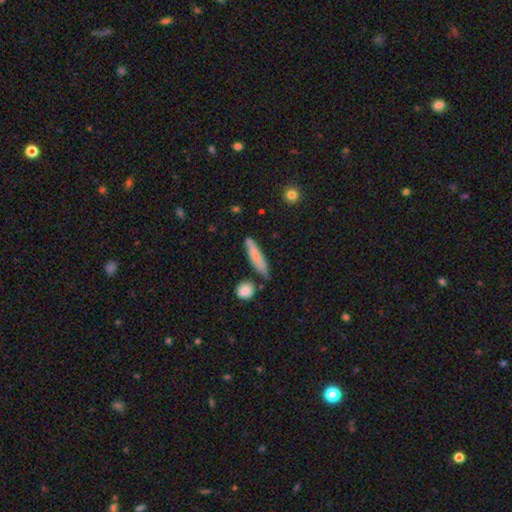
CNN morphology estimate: Q: Smooth or featured?
A: smooth (72%); runner-up: featured or disk (21%)
Q: How rounded?
A: cigar-shaped (83%); runner-up: in between (15%)
Q: Merging?
A: none (65%); runner-up: minor disturbance (22%)